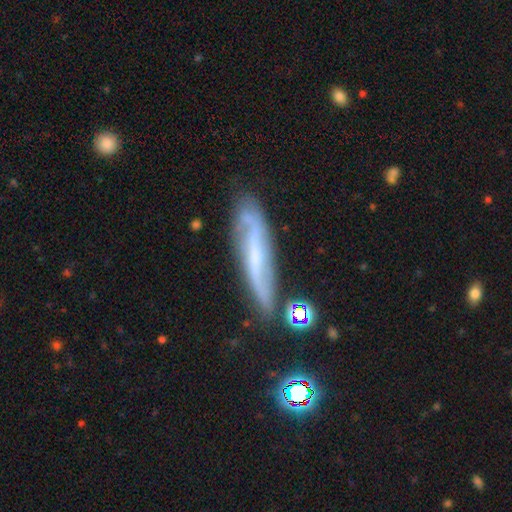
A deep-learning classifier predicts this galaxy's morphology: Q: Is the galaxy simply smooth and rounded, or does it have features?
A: featured or disk — 68%.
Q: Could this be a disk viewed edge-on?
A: no — 55%.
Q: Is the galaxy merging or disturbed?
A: none — 69%.